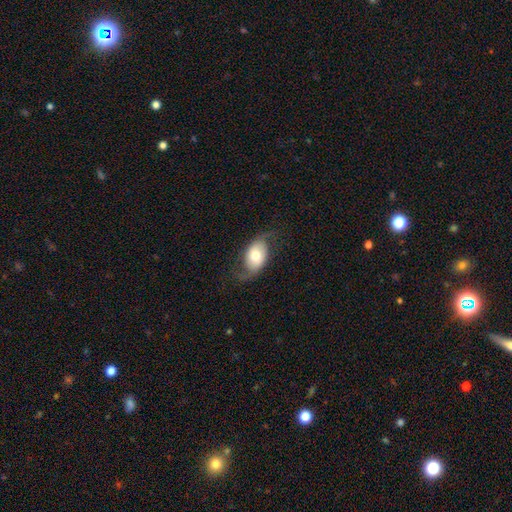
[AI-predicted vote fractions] This is possibly a featured or disk galaxy (56%). It is clearly not viewed edge-on (93%). Bar: likely no (70%). Spiral arm pattern: clearly yes (81%). Central bulge: likely moderate (63%). Merging: likely none (66%).